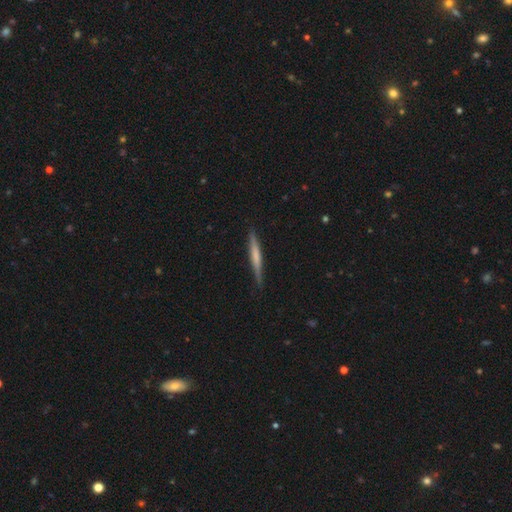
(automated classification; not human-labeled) The model was most divided on "smooth or featured": smooth: 49%, featured or disk: 45%, star or artifact: 6%. More confident: merging — none (87%).